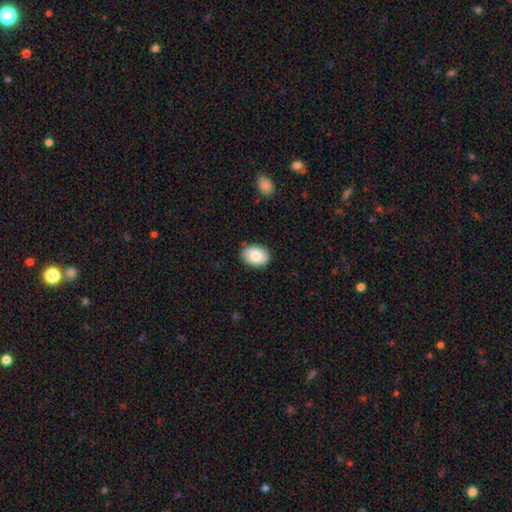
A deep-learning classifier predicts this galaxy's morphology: A smooth galaxy with no disk features (83%) that is in between round and cigar-shaped (73%).

Vote fractions:
- Smooth or featured? smooth: 83% / featured or disk: 10% / star or artifact: 7%
- How rounded? in between: 73% / round: 26% / cigar-shaped: 1%
- Merging? none: 85% / minor disturbance: 12% / major disturbance: 2% / merger: 1%